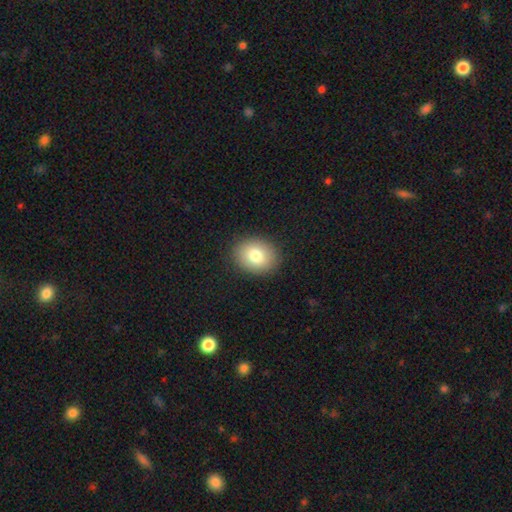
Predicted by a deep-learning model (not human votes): A smooth galaxy with no disk features (80%) that is in between round and cigar-shaped (52%).

Vote fractions:
- Smooth or featured? smooth: 80% / featured or disk: 12% / star or artifact: 9%
- How rounded? in between: 52% / round: 47% / cigar-shaped: 1%
- Merging? none: 89% / minor disturbance: 8% / major disturbance: 2% / merger: 1%